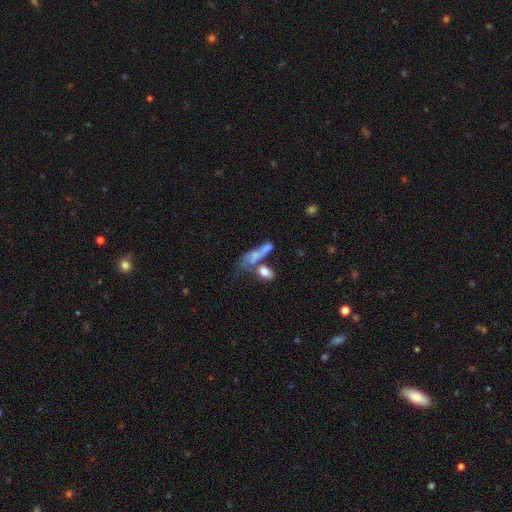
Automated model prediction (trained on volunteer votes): Q: Smooth or featured?
A: smooth (60%); runner-up: featured or disk (31%)
Q: How rounded?
A: in between (64%); runner-up: cigar-shaped (28%)
Q: Merging?
A: merger (47%); runner-up: none (24%)